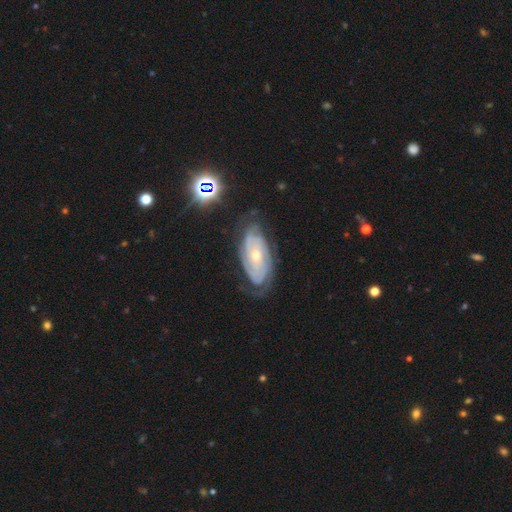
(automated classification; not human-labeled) Smooth or featured? Predicted: featured or disk (p=0.85). Edge-on disk? Predicted: no (p=0.94). Bar? Predicted: no (p=0.68). Spiral arms? Predicted: yes (p=0.96). Spiral winding? Predicted: tight (p=0.73). Spiral arm count? Predicted: 2 (p=0.38). Bulge size? Predicted: small (p=0.49). Merging? Predicted: none (p=0.70).